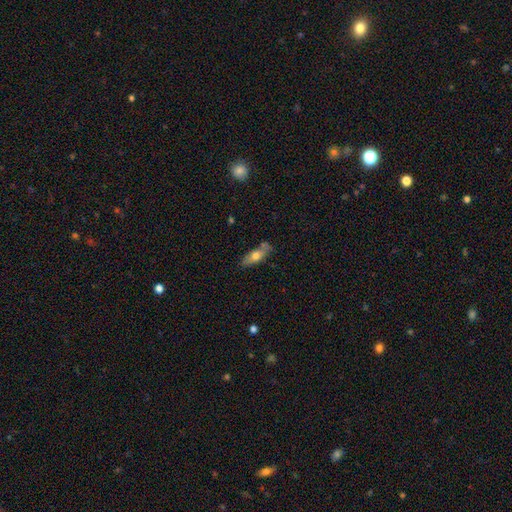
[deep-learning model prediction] Smooth or featured?
  - smooth: 61% *
  - featured or disk: 32%
  - star or artifact: 7%
How rounded?
  - in between: 60% *
  - cigar-shaped: 37%
  - round: 3%
Merging?
  - none: 70% *
  - minor disturbance: 19%
  - merger: 7%
  - major disturbance: 4%